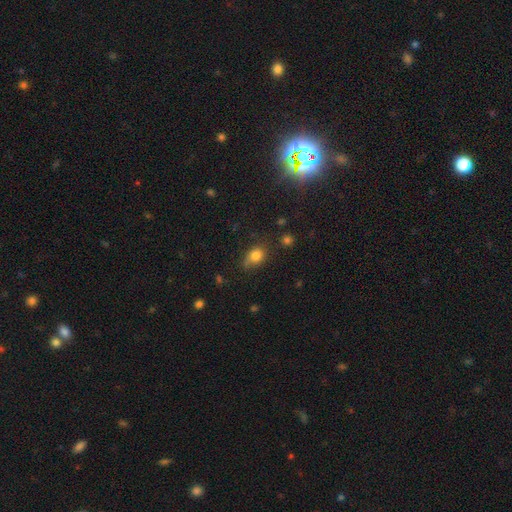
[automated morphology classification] Smooth or featured: smooth — 79% (star or artifact — 12%)
How rounded: in between — 56% (round — 42%)
Merging: none — 64% (minor disturbance — 26%)